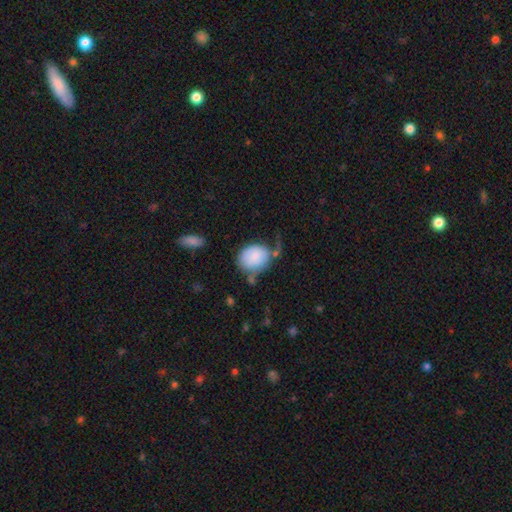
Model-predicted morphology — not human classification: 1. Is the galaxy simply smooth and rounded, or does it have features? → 80% smooth, 13% featured or disk, 6% star or artifact.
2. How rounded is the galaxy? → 53% round, 46% in between, 1% cigar-shaped.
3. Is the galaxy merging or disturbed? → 40% none, 29% minor disturbance, 19% major disturbance, 12% merger.